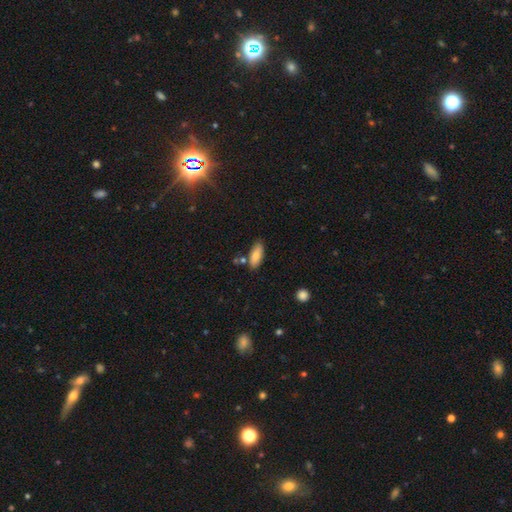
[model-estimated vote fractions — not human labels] Overall: smooth (83%). How rounded: in between (75%). Merging: none (77%).